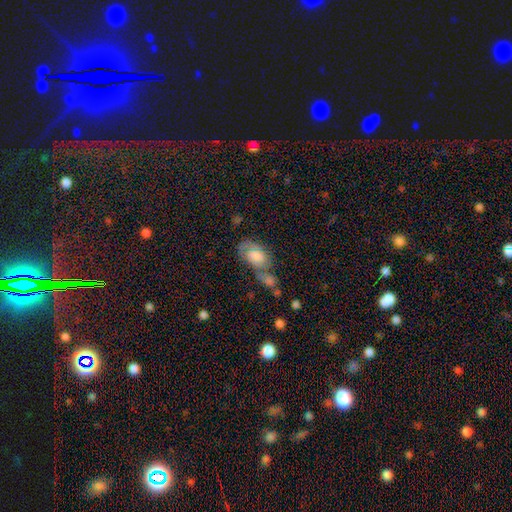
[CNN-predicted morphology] Smooth or featured?
  - smooth: 44% *
  - featured or disk: 43%
  - star or artifact: 13%
Merging?
  - none: 35% *
  - merger: 29%
  - minor disturbance: 20%
  - major disturbance: 16%